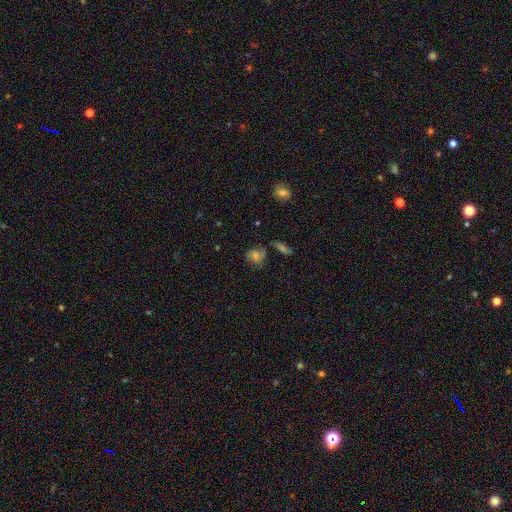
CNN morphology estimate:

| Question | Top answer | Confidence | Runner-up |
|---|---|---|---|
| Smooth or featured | smooth | 57% | featured or disk (30%) |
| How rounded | round | 63% | in between (34%) |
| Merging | none | 61% | minor disturbance (22%) |